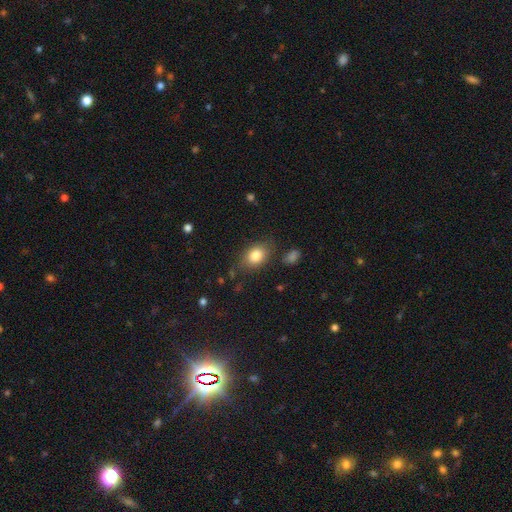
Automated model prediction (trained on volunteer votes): A smooth galaxy with no disk features (82%) that is in between round and cigar-shaped (76%). Merging: none (77%).